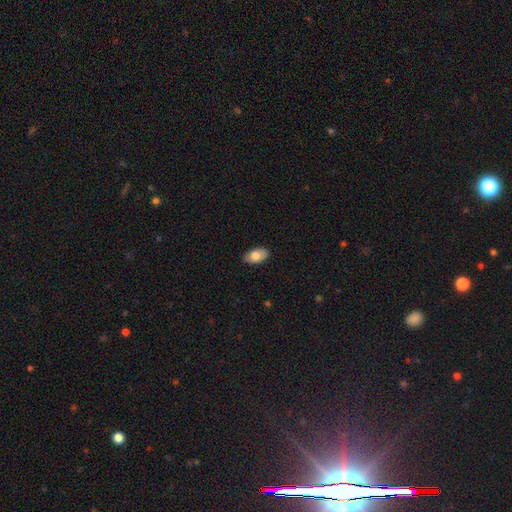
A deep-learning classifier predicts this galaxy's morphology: Smooth or featured: smooth — 74% (featured or disk — 19%)
How rounded: in between — 93% (round — 5%)
Merging: none — 85% (minor disturbance — 12%)